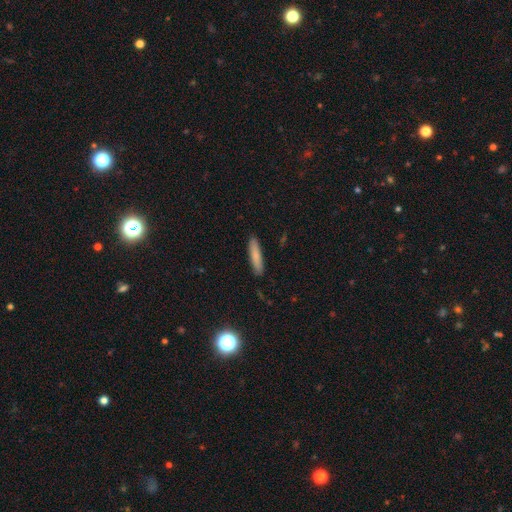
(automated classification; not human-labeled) Smooth or featured? smooth (82%)
How rounded? cigar-shaped (87%)
Merging? none (90%)